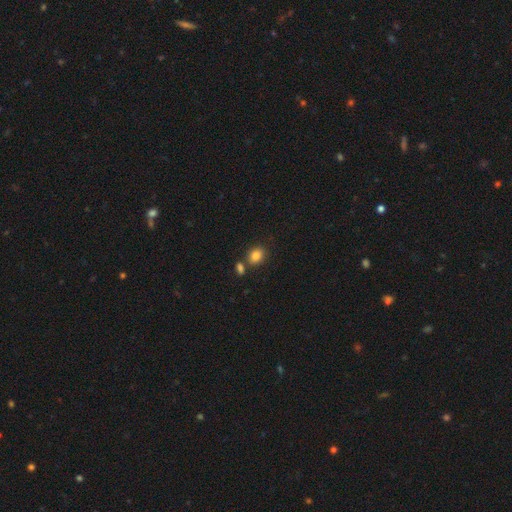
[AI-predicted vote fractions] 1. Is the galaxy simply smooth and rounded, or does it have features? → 84% smooth, 10% star or artifact, 6% featured or disk.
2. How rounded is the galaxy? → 53% round, 46% in between, 1% cigar-shaped.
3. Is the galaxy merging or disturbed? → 69% none, 17% merger, 11% minor disturbance, 3% major disturbance.